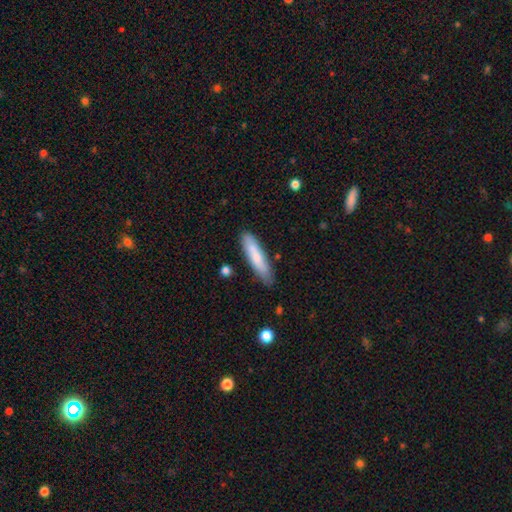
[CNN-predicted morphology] Smooth or featured: smooth — 74% (featured or disk — 20%)
How rounded: cigar-shaped — 78% (in between — 20%)
Merging: none — 80% (minor disturbance — 15%)